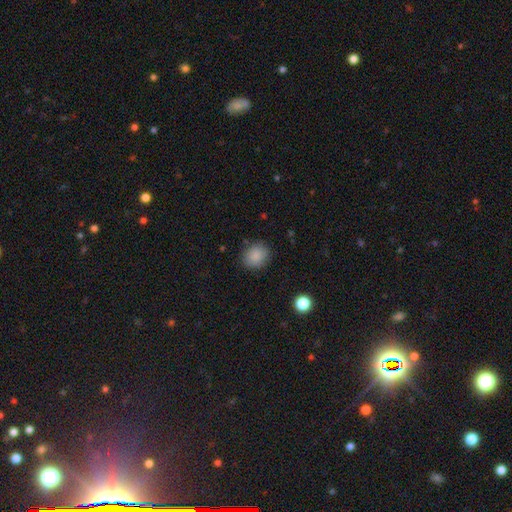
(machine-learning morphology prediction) Smooth or featured?
  - smooth: 87% *
  - star or artifact: 9%
  - featured or disk: 4%
How rounded?
  - round: 68% *
  - in between: 31%
  - cigar-shaped: 1%
Merging?
  - none: 84% *
  - minor disturbance: 11%
  - major disturbance: 3%
  - merger: 1%